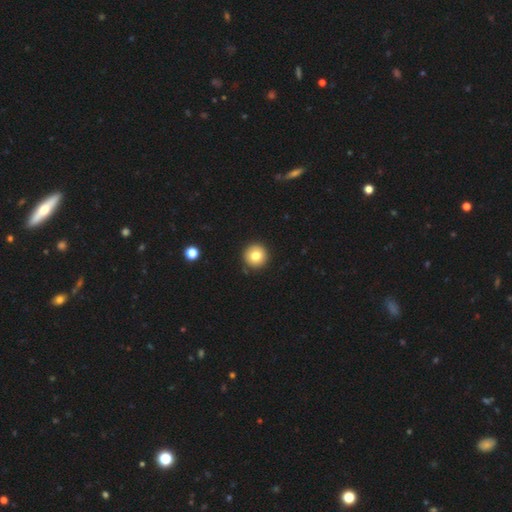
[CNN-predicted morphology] Smooth or featured? smooth (79%)
How rounded? round (96%)
Merging? none (91%)